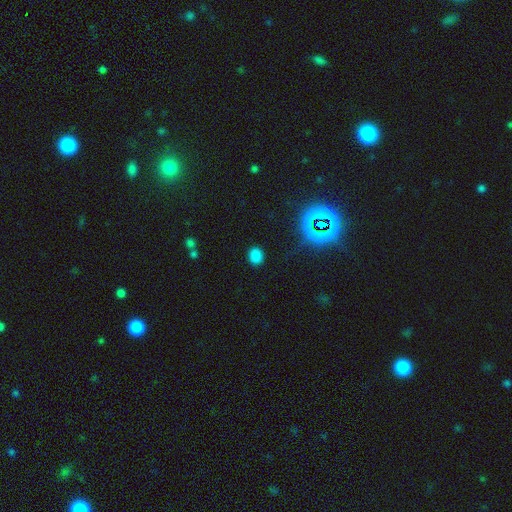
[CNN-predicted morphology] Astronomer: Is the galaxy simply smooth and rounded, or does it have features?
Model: smooth — 74%.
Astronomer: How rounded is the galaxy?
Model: round — 53% (runner-up: in between, 46%).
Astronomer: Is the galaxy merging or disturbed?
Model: none — 87%.